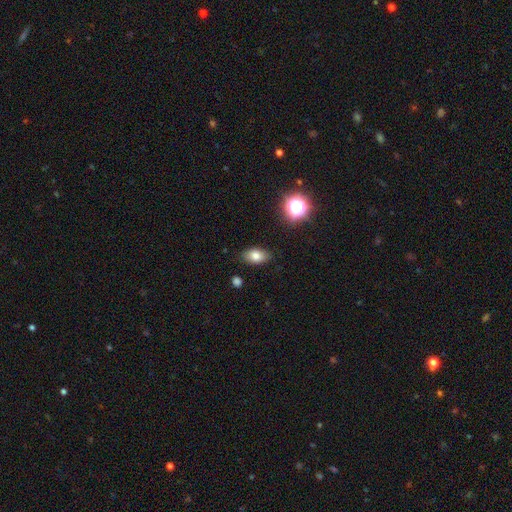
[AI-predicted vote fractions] Smooth or featured? Predicted: smooth (p=0.78). How rounded? Predicted: in between (p=0.86). Merging? Predicted: none (p=0.85).